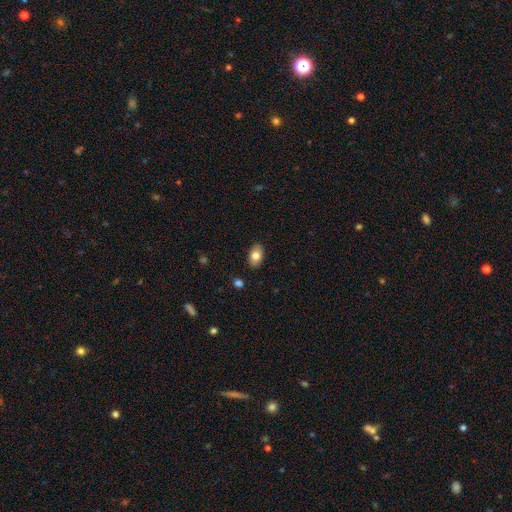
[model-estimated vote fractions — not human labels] A smooth galaxy with no disk features (80%) that is in between round and cigar-shaped (89%).

Vote fractions:
- Smooth or featured? smooth: 80% / featured or disk: 13% / star or artifact: 7%
- How rounded? in between: 89% / round: 9% / cigar-shaped: 1%
- Merging? none: 88% / minor disturbance: 9% / major disturbance: 2% / merger: 1%